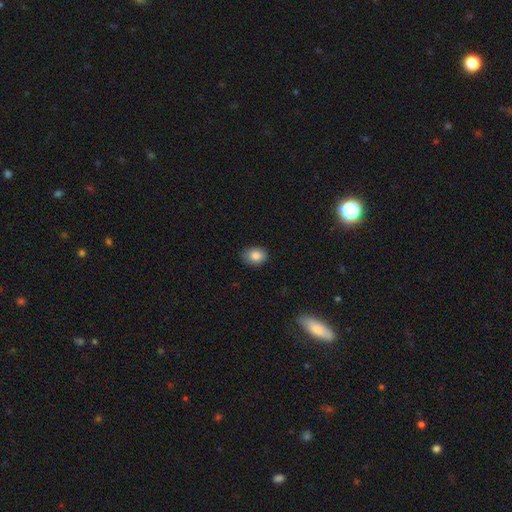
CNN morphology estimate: Smooth or featured?
  - smooth: 85% *
  - star or artifact: 8%
  - featured or disk: 7%
How rounded?
  - in between: 65% *
  - round: 34%
  - cigar-shaped: 1%
Merging?
  - none: 83% *
  - minor disturbance: 13%
  - major disturbance: 2%
  - merger: 1%